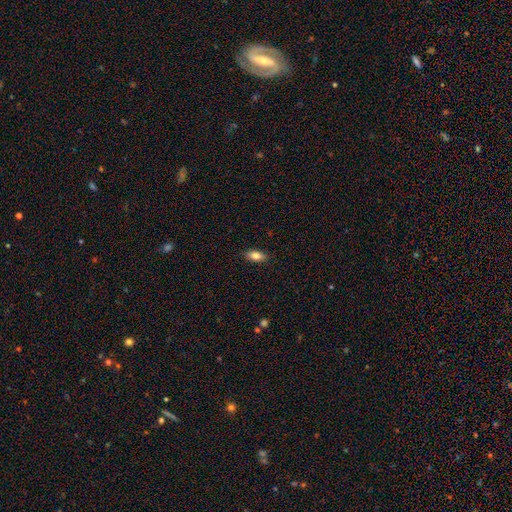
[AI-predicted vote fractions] Smooth or featured? smooth (81%)
How rounded? in between (86%)
Merging? none (87%)